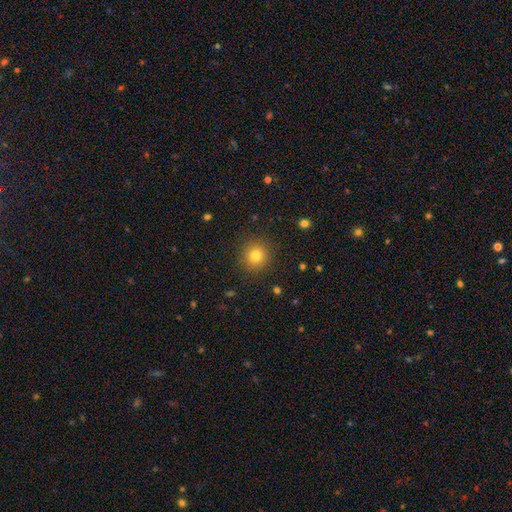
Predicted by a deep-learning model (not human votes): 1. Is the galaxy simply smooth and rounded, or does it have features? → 80% smooth, 13% star or artifact, 7% featured or disk.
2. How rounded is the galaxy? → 92% round, 8% in between, 1% cigar-shaped.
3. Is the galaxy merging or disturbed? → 89% none, 7% minor disturbance, 3% major disturbance, 1% merger.